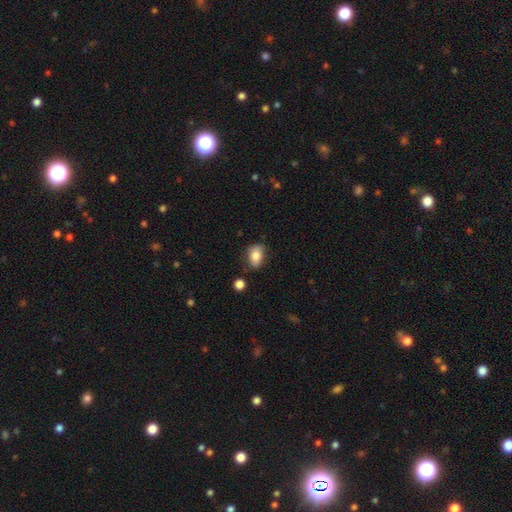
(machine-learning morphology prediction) smooth 80%, featured or disk 12%, star or artifact 8%. Down the decision tree: how rounded — in between (81%); merging — none (71%).